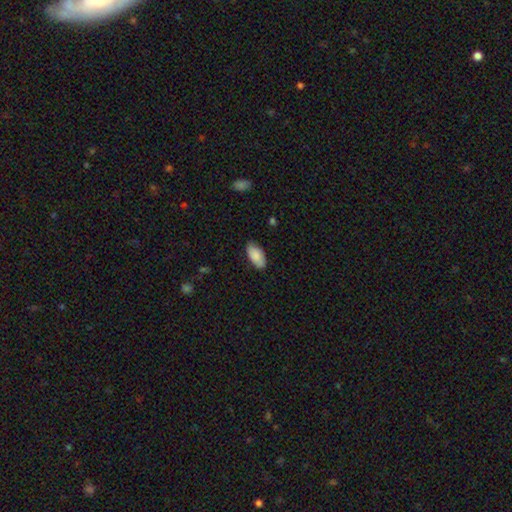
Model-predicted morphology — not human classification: type=smooth (86%); roundness=in between (94%); merging=none (82%).